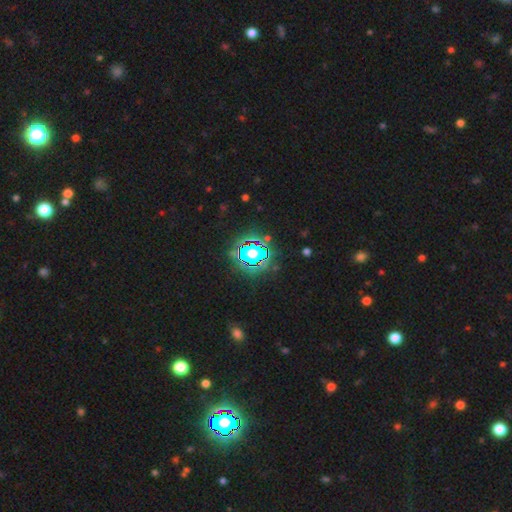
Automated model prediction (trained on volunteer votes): star or artifact 63%, smooth 24%, featured or disk 13%.